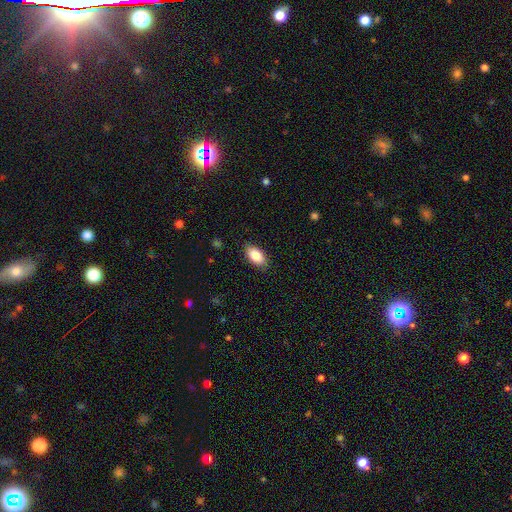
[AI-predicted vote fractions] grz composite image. It shows a smooth galaxy with no disk features (85%) that is in between round and cigar-shaped (92%). Merging: none (87%).